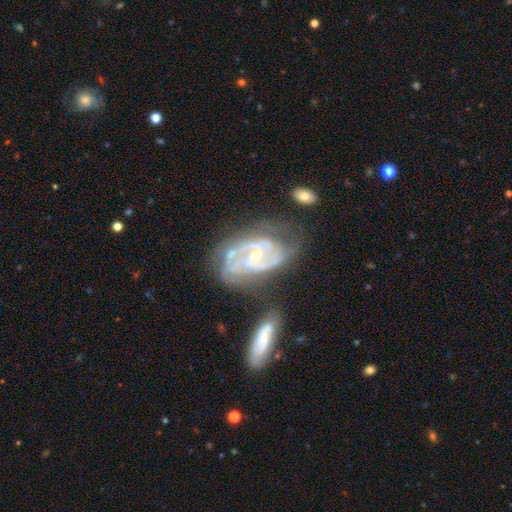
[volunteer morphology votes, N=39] type=featured or disk (85%); edge-on=no (94%); bar=weak (45%); spiral arms=yes (94%); winding=medium (48%); arm count=2 (45%); bulge=small (52%); merging=none (40%).